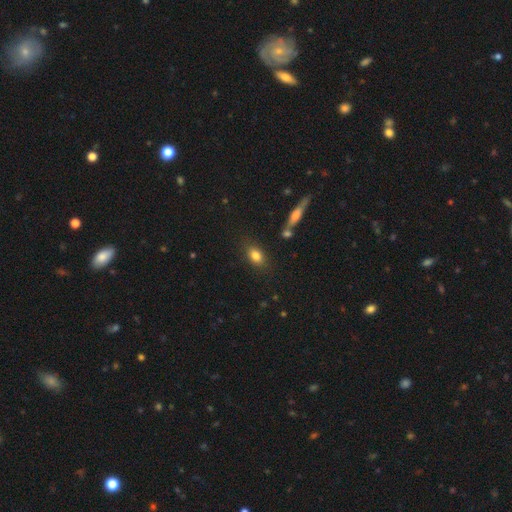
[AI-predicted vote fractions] Smooth or featured? smooth (82%)
How rounded? in between (79%)
Merging? none (81%)